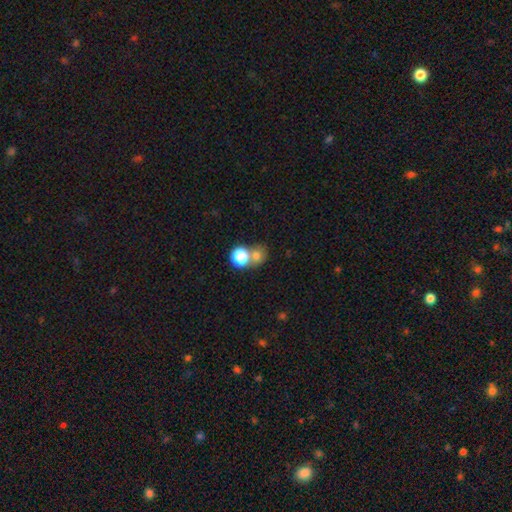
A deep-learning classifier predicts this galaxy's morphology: type=smooth (73%); roundness=round (78%); merging=merger (45%).